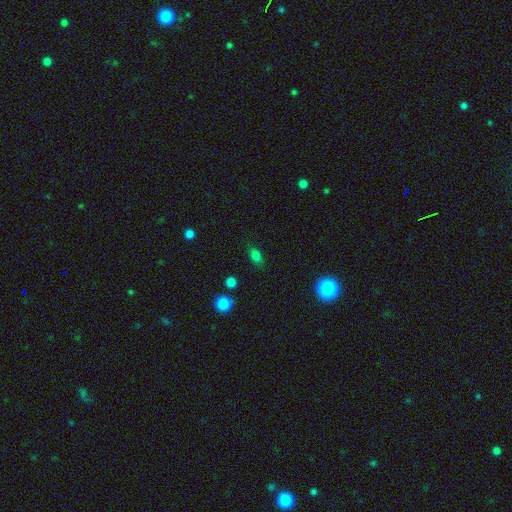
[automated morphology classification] Smooth or featured: smooth — 78% (star or artifact — 15%)
How rounded: in between — 74% (round — 22%)
Merging: none — 80% (minor disturbance — 14%)